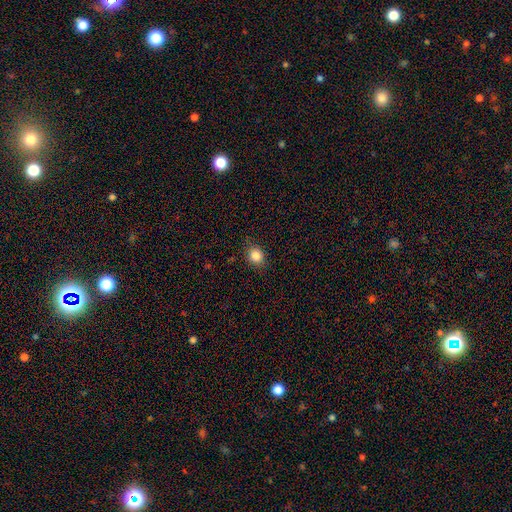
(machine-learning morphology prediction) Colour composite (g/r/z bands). It shows a smooth galaxy with no disk features (85%) that is round (64%). Merging: none (85%).